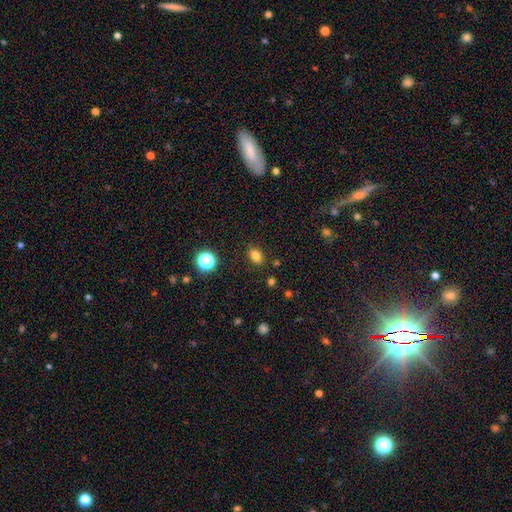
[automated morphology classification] Smooth or featured? smooth (80%)
How rounded? in between (73%)
Merging? none (85%)